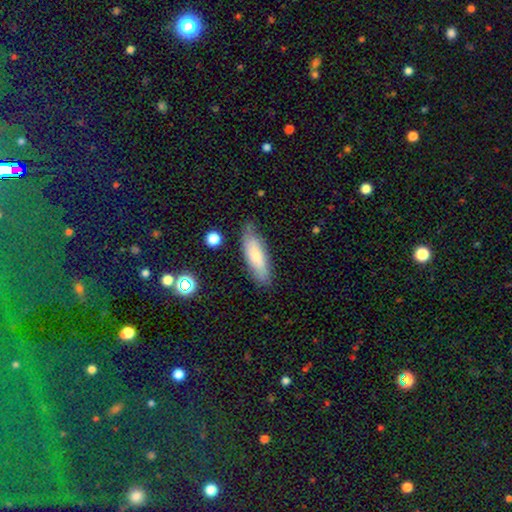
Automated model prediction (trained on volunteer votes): smooth_or_featured: smooth (p=0.70) [alt: featured or disk p=0.23]
how_rounded: in between (p=0.50) [alt: cigar-shaped p=0.48]
merging: none (p=0.75) [alt: minor disturbance p=0.19]